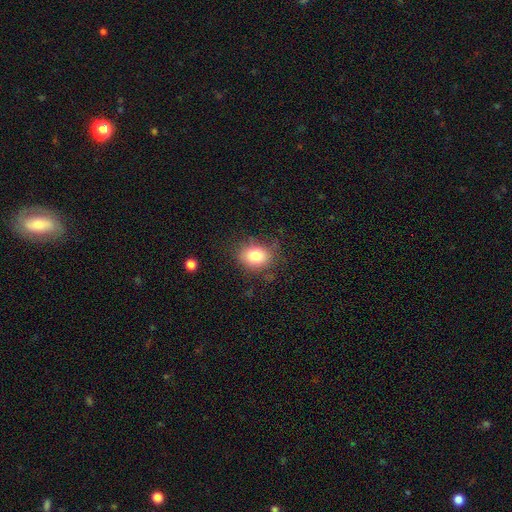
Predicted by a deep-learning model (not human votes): Overall: smooth (81%). How rounded: in between (52%; round 47%). Merging: none (77%).